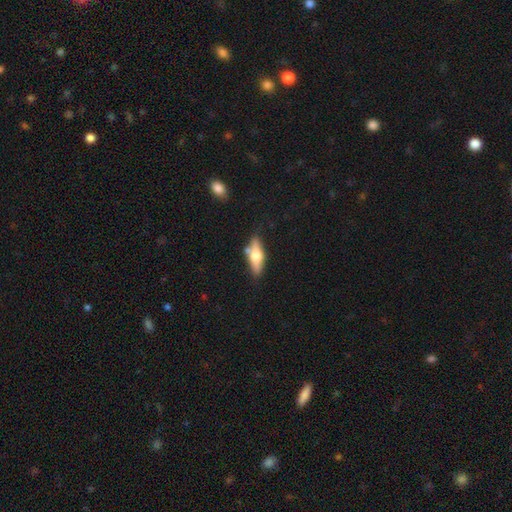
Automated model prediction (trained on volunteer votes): Smooth or featured?
  - smooth: 48% *
  - featured or disk: 46%
  - star or artifact: 6%
Merging?
  - none: 72% *
  - minor disturbance: 16%
  - merger: 8%
  - major disturbance: 4%